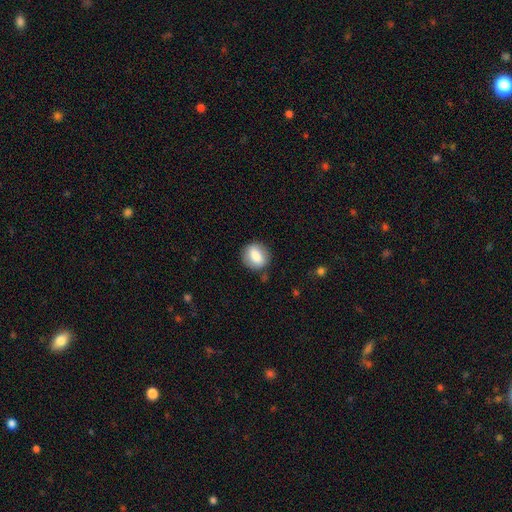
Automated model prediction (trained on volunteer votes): Smooth or featured? smooth (78%)
How rounded? round (62%)
Merging? none (82%)